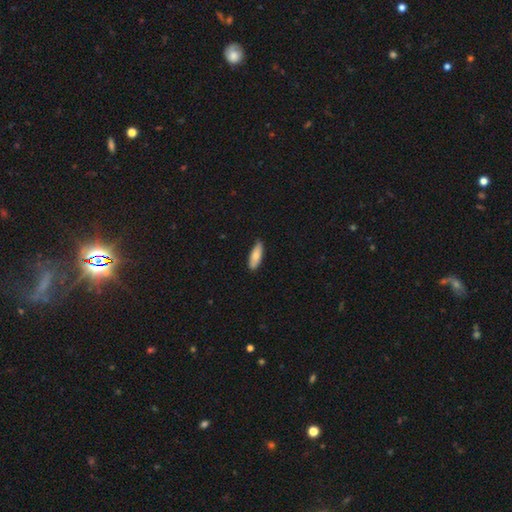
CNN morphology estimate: A smooth galaxy with no disk features (80%) that is in between round and cigar-shaped (56%). Merging: none (86%).